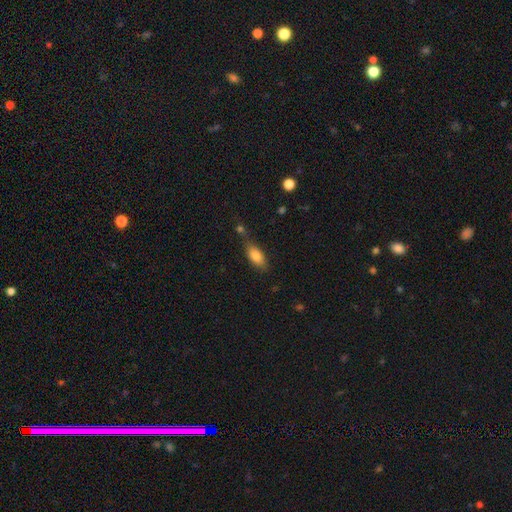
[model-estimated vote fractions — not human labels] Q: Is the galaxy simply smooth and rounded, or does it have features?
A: smooth — 82%.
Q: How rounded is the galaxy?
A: in between — 83%.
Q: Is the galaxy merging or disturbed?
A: none — 58%.